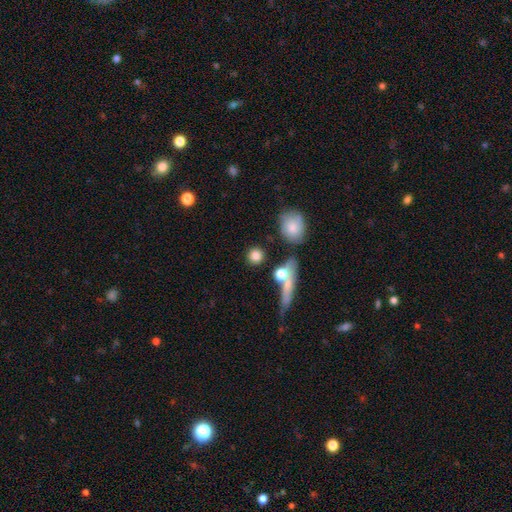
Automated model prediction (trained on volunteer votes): The model was most divided on "merging": none: 79%, minor disturbance: 9%, merger: 8%, major disturbance: 4%. More confident: how rounded — round (86%); smooth or featured — smooth (81%).